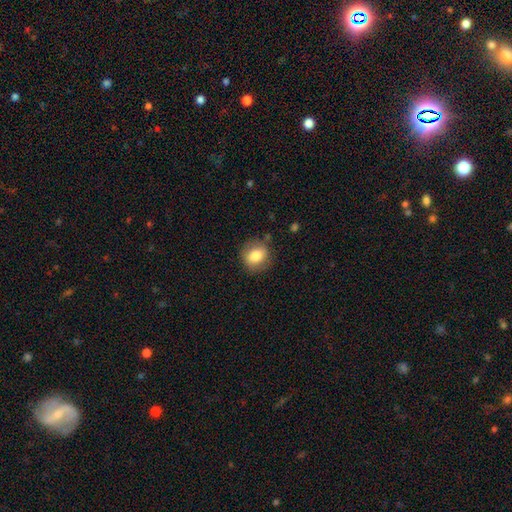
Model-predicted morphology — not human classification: Smooth or featured?
  - smooth: 79% *
  - featured or disk: 12%
  - star or artifact: 9%
How rounded?
  - round: 71% *
  - in between: 28%
  - cigar-shaped: 1%
Merging?
  - none: 82% *
  - minor disturbance: 13%
  - major disturbance: 4%
  - merger: 2%